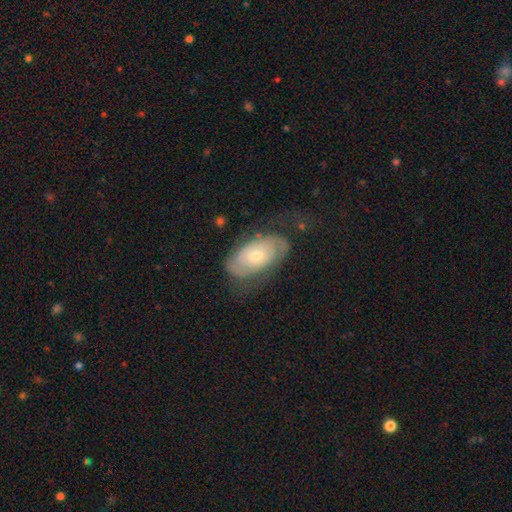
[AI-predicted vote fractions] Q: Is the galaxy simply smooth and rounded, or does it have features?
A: featured or disk — 68%.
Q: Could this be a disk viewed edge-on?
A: no — 93%.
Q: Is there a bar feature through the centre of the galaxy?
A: no — 78%.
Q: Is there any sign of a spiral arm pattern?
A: yes — 81%.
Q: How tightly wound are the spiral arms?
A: tight — 54%.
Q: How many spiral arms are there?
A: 2 — 61%.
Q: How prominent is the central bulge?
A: moderate — 48%.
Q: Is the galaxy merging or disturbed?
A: none — 61%.